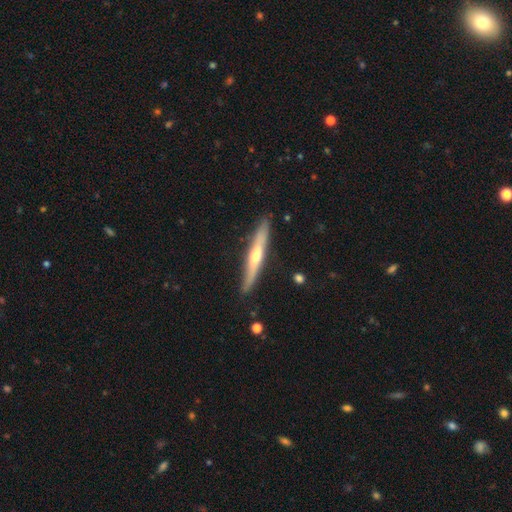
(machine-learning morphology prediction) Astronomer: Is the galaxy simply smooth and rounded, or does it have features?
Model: featured or disk — 62%.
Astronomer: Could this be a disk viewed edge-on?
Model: yes — 95%.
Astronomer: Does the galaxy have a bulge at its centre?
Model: rounded — 78%.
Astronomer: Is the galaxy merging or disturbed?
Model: none — 87%.